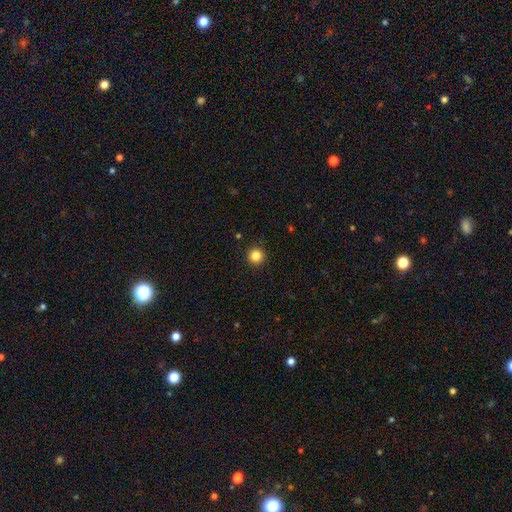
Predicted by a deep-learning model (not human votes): The model was most divided on "smooth or featured": smooth: 84%, star or artifact: 12%, featured or disk: 4%. More confident: how rounded — round (96%); merging — none (93%).